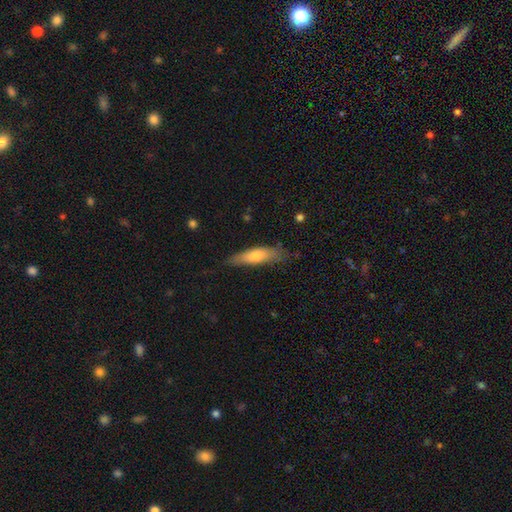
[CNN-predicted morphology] smooth_or_featured: smooth (p=0.66) [alt: featured or disk p=0.28]
how_rounded: cigar-shaped (p=0.68) [alt: in between p=0.30]
merging: none (p=0.75) [alt: minor disturbance p=0.19]